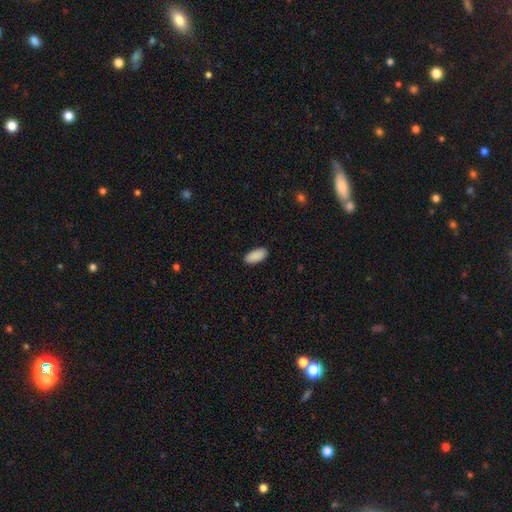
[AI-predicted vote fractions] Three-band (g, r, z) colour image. It shows a smooth galaxy with no disk features (91%) that is in between round and cigar-shaped (93%). Merging: none (90%).